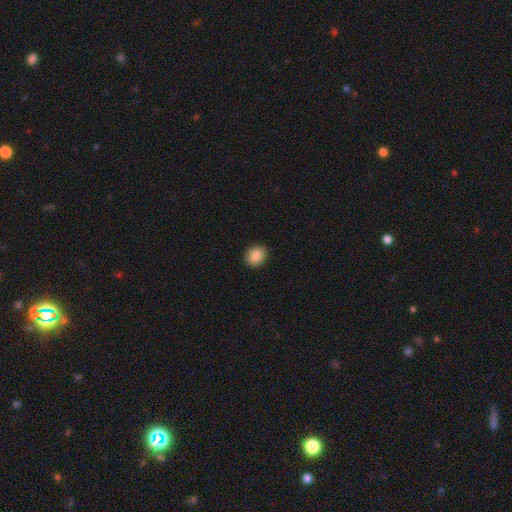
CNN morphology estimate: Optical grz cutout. It shows a smooth galaxy with no disk features (87%) that is round (66%). Merging: none (91%).